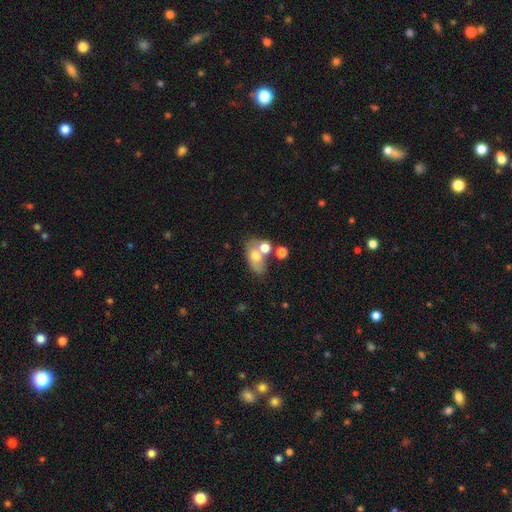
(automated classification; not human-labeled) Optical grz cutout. It shows a smooth galaxy with no disk features (65%) that is in between round and cigar-shaped (81%). Merging: merger (40%).